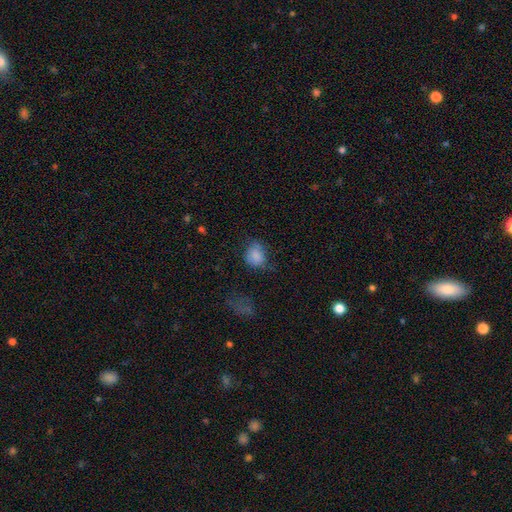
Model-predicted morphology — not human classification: A smooth galaxy with no disk features (82%) that is round (54%). Merging: none (53%).